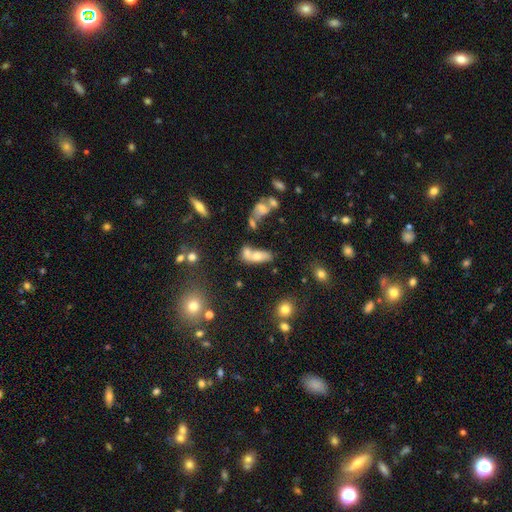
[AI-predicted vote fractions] A smooth galaxy with no disk features (61%) that is in between round and cigar-shaped (76%). Merging: merger (48%).